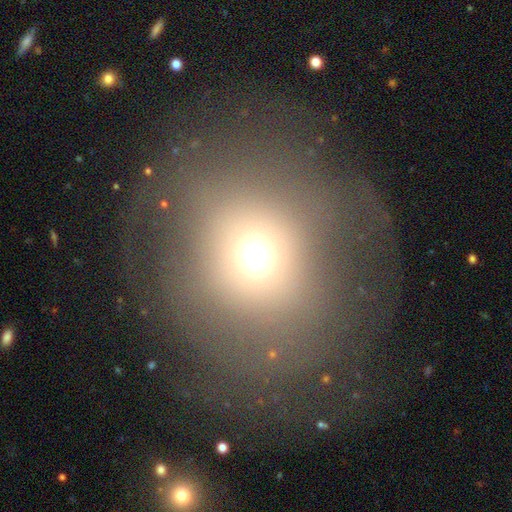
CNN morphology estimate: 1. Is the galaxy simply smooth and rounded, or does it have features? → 63% smooth, 21% star or artifact, 16% featured or disk.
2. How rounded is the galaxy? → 84% round, 15% in between, 1% cigar-shaped.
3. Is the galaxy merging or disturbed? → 60% none, 23% major disturbance, 15% minor disturbance, 3% merger.